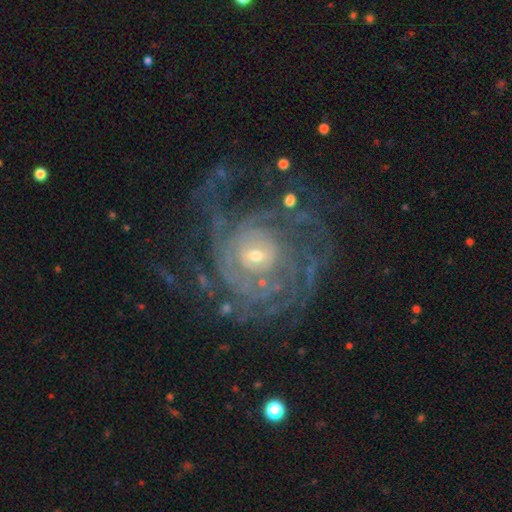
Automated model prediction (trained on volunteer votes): Morphology: type=featured or disk (85%); edge-on=no (97%); bar=no (68%); spiral arms=yes (93%); winding=tight (70%); arm count=can't tell (38%); bulge=small (71%); merging=none (63%).